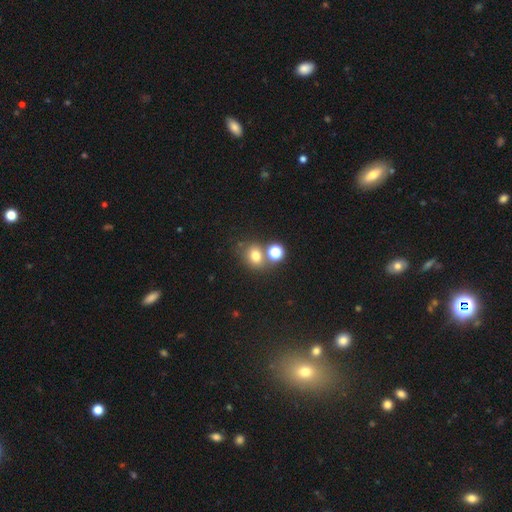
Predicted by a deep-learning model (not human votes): This appears to be a smooth galaxy with no disk features (73%) that is round (65%). Merging: none (60%).